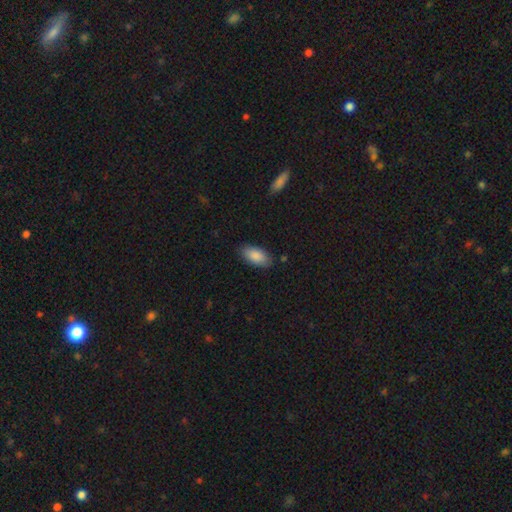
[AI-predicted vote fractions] smooth_or_featured: smooth (p=0.88) [alt: featured or disk p=0.06]
how_rounded: in between (p=0.93) [alt: cigar-shaped p=0.05]
merging: none (p=0.84) [alt: minor disturbance p=0.12]